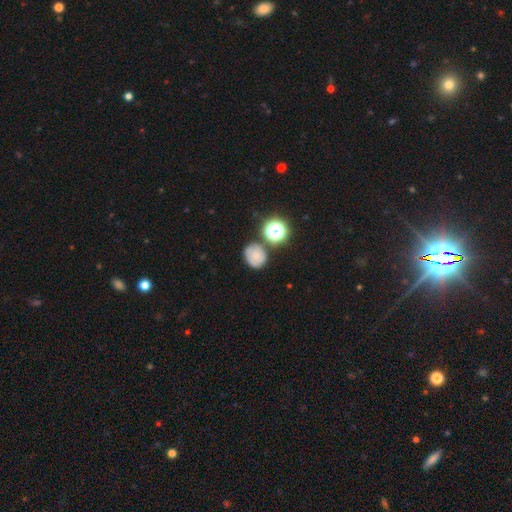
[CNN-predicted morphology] smooth 67%, star or artifact 17%, featured or disk 16%. Down the decision tree: how rounded — round (72%); merging — none (65%).